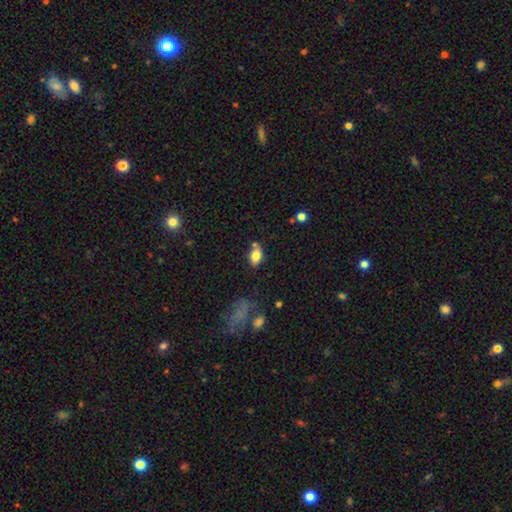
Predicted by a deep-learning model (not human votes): Smooth or featured? smooth (78%)
How rounded? in between (86%)
Merging? none (67%)